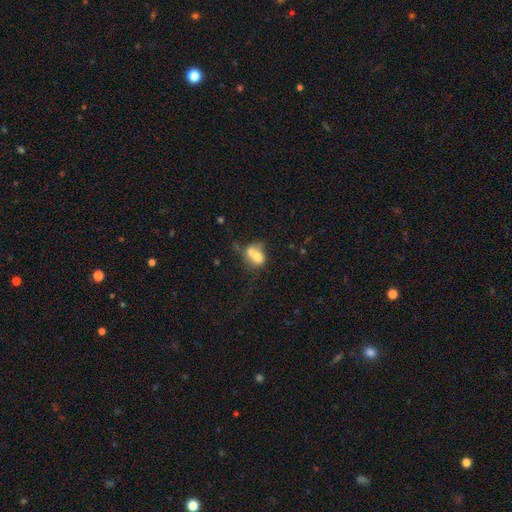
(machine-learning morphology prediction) Q: Smooth or featured?
A: smooth (64%); runner-up: featured or disk (26%)
Q: How rounded?
A: in between (57%); runner-up: round (42%)
Q: Merging?
A: merger (66%); runner-up: none (18%)